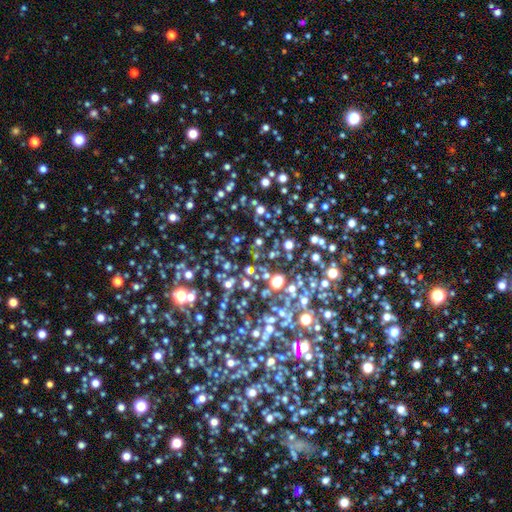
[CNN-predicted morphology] This appears to be a star or artifact, not a galaxy (74%).